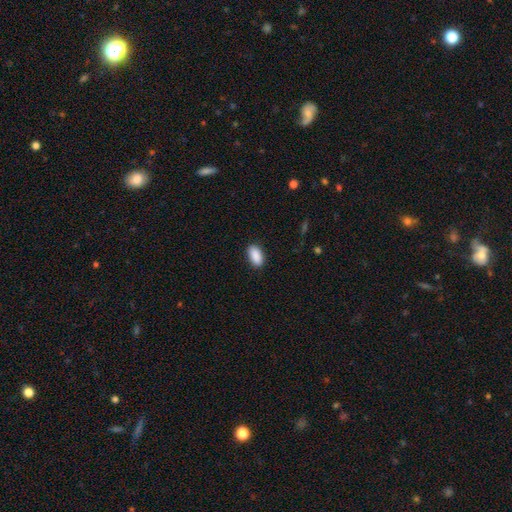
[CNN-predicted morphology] Smooth or featured? smooth (91%)
How rounded? in between (92%)
Merging? none (89%)